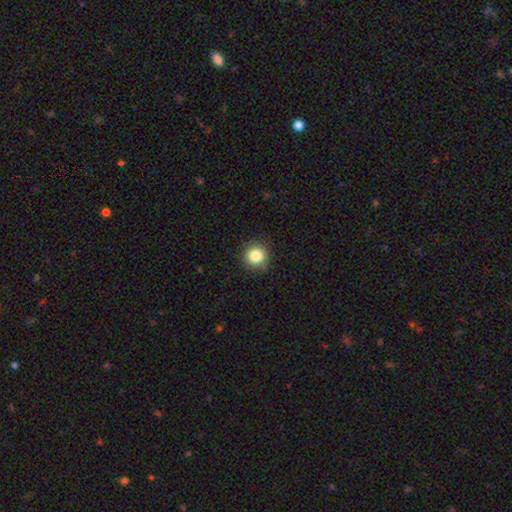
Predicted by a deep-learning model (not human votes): Overall: smooth (84%). How rounded: round (94%). Merging: none (89%).